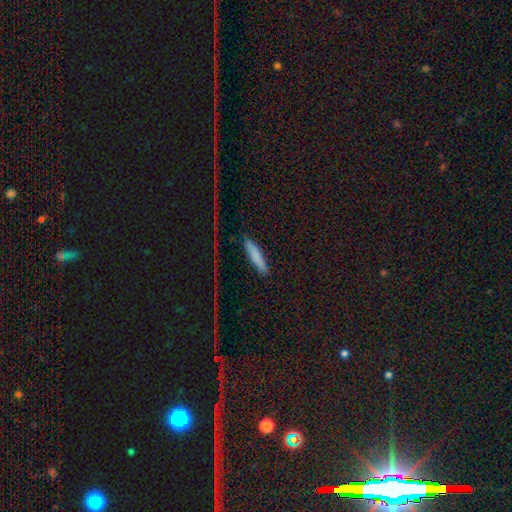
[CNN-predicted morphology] A smooth galaxy with no disk features (76%) that is cigar-shaped (84%).

Vote fractions:
- Smooth or featured? smooth: 76% / featured or disk: 13% / star or artifact: 12%
- How rounded? cigar-shaped: 84% / in between: 14% / round: 2%
- Merging? none: 84% / minor disturbance: 12% / major disturbance: 3% / merger: 2%